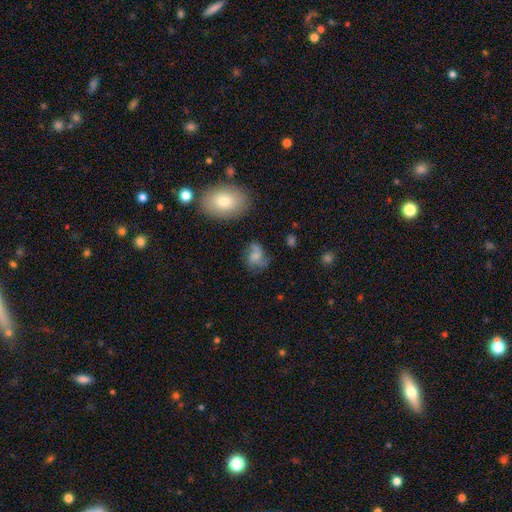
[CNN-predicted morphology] The model was most divided on "smooth or featured": smooth: 45%, featured or disk: 44%, star or artifact: 12%. More confident: merging — none (54%).